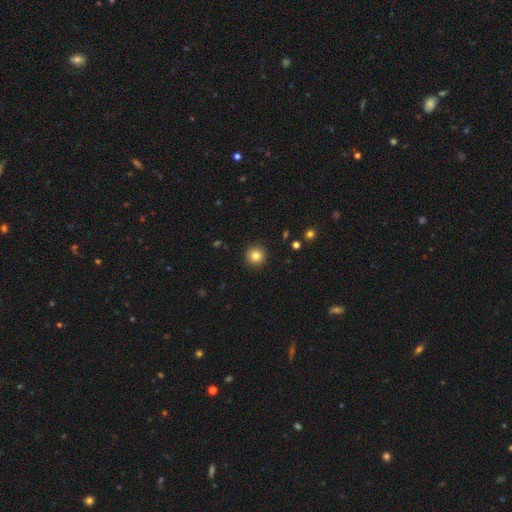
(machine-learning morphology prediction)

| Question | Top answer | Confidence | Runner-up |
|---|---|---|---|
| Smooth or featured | smooth | 83% | star or artifact (11%) |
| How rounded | round | 96% | in between (3%) |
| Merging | none | 92% | minor disturbance (5%) |